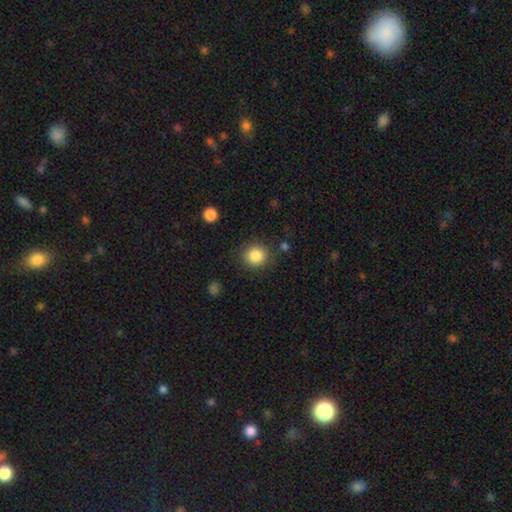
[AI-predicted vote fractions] Q: Smooth or featured?
A: smooth (85%); runner-up: star or artifact (10%)
Q: How rounded?
A: round (90%); runner-up: in between (9%)
Q: Merging?
A: none (87%); runner-up: minor disturbance (8%)